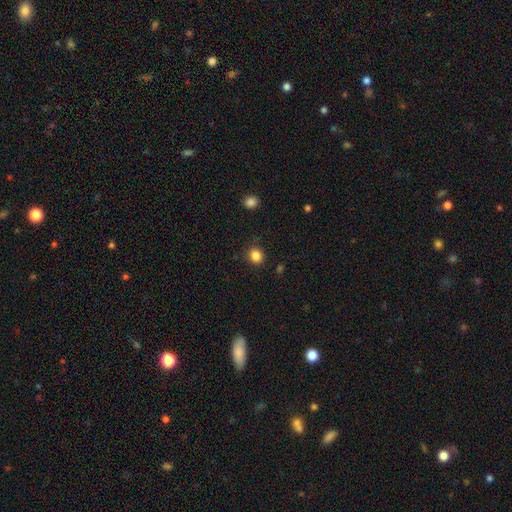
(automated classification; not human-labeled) Morphology: type=smooth (85%); roundness=round (85%); merging=none (87%).